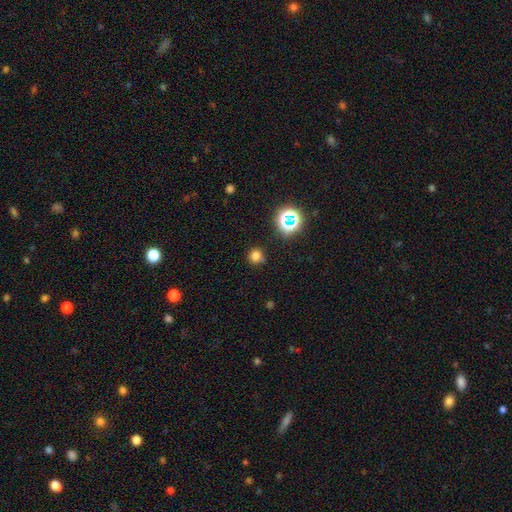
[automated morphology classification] smooth_or_featured: smooth (p=0.74) [alt: star or artifact p=0.21]
how_rounded: round (p=0.88) [alt: in between p=0.10]
merging: none (p=0.81) [alt: minor disturbance p=0.12]